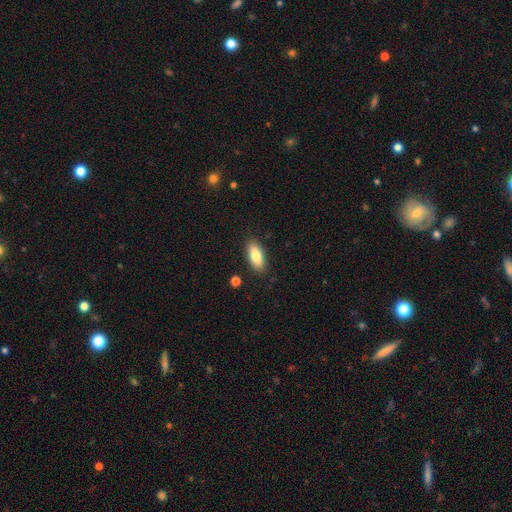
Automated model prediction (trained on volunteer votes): Morphology: type=smooth (82%); roundness=in between (81%); merging=none (86%).